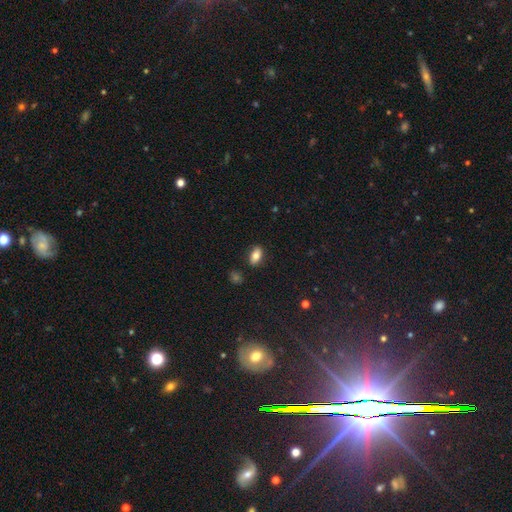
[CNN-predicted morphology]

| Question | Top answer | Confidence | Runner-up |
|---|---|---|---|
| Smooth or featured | smooth | 80% | featured or disk (12%) |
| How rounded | in between | 88% | round (6%) |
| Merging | none | 86% | minor disturbance (10%) |